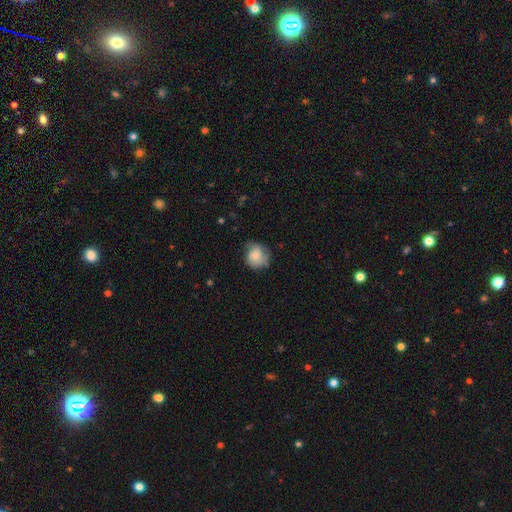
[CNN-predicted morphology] Smooth or featured: smooth — 70% (featured or disk — 22%)
How rounded: round — 79% (in between — 20%)
Merging: none — 57% (minor disturbance — 32%)